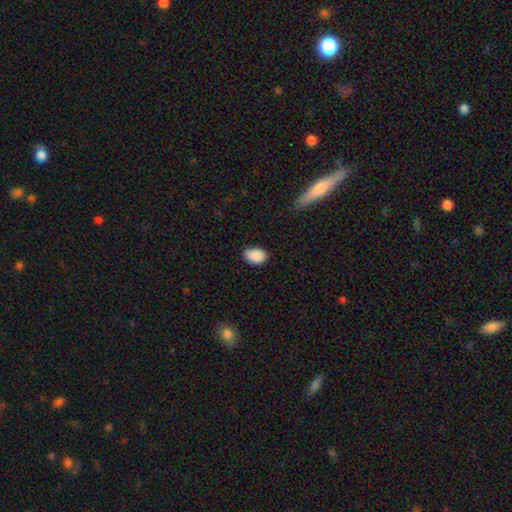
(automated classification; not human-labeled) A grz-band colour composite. It shows a smooth galaxy with no disk features (90%) that is in between round and cigar-shaped (81%). Merging: none (82%).